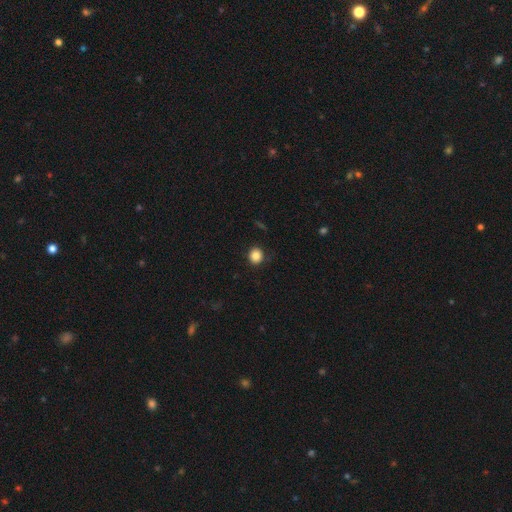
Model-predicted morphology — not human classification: smooth_or_featured: smooth (p=0.85) [alt: star or artifact p=0.11]
how_rounded: round (p=0.87) [alt: in between p=0.12]
merging: none (p=0.87) [alt: minor disturbance p=0.09]